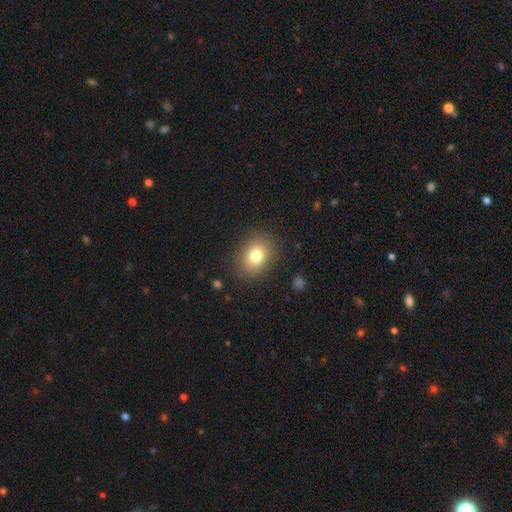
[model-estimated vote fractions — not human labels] This is likely a smooth galaxy (79%). How rounded: possibly round (52%). Merging: clearly none (85%).